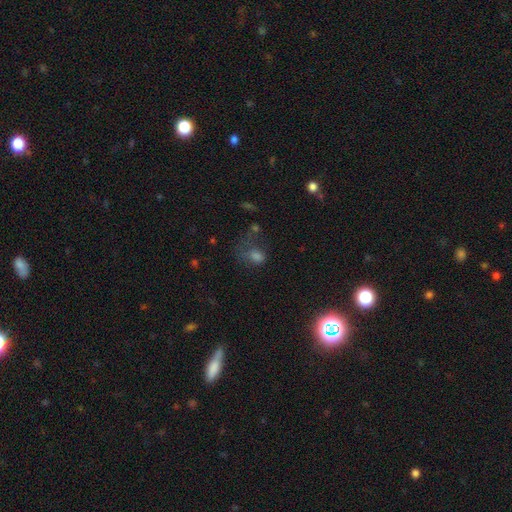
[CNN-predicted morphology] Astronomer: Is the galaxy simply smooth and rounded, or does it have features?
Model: smooth — 55%.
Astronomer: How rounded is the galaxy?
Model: in between — 57% (runner-up: round, 40%).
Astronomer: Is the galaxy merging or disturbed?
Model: major disturbance — 39% (runner-up: none, 34%).